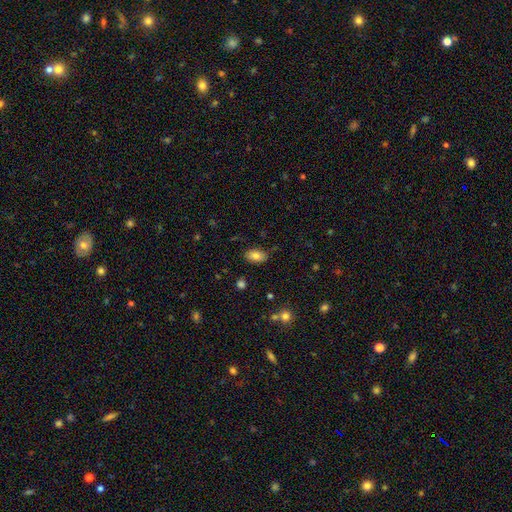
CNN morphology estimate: Q: Smooth or featured?
A: smooth (82%); runner-up: featured or disk (10%)
Q: How rounded?
A: in between (92%); runner-up: round (6%)
Q: Merging?
A: none (82%); runner-up: minor disturbance (13%)